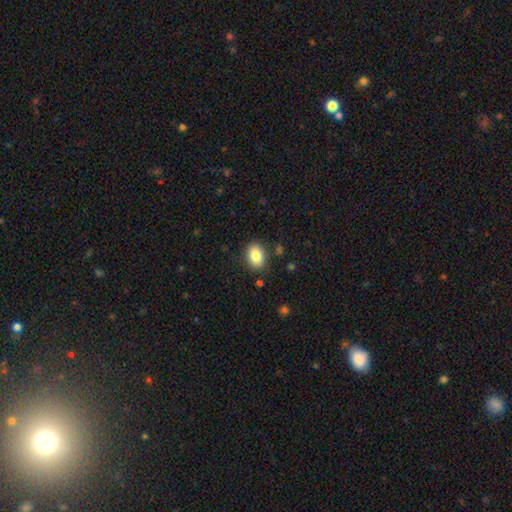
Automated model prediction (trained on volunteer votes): Smooth or featured?
  - smooth: 85% *
  - star or artifact: 8%
  - featured or disk: 6%
How rounded?
  - in between: 77% *
  - round: 22%
  - cigar-shaped: 1%
Merging?
  - none: 85% *
  - minor disturbance: 10%
  - major disturbance: 3%
  - merger: 2%